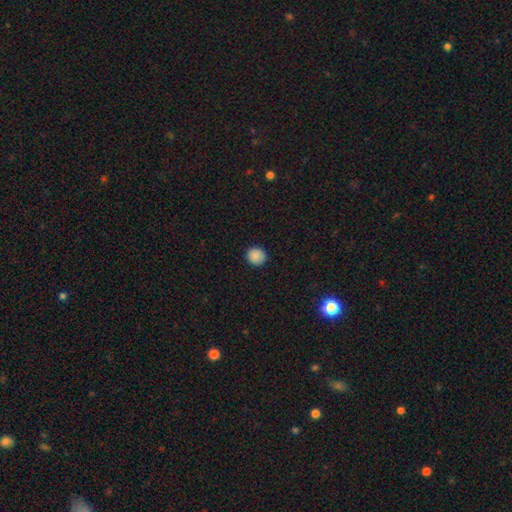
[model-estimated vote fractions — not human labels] This is clearly a smooth galaxy (89%). How rounded: clearly round (88%). Merging: clearly none (90%).